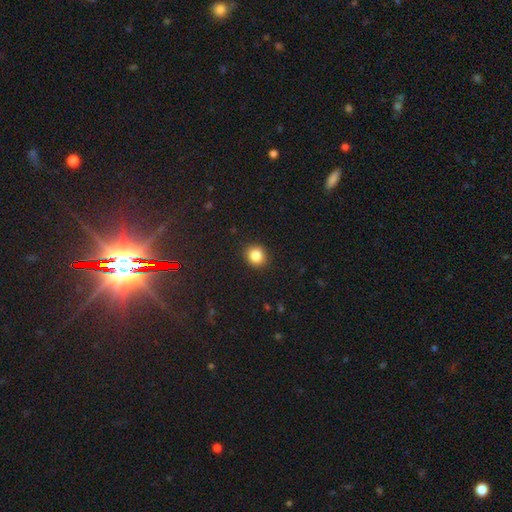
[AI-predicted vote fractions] Overall: smooth (85%). How rounded: round (80%). Merging: none (91%).